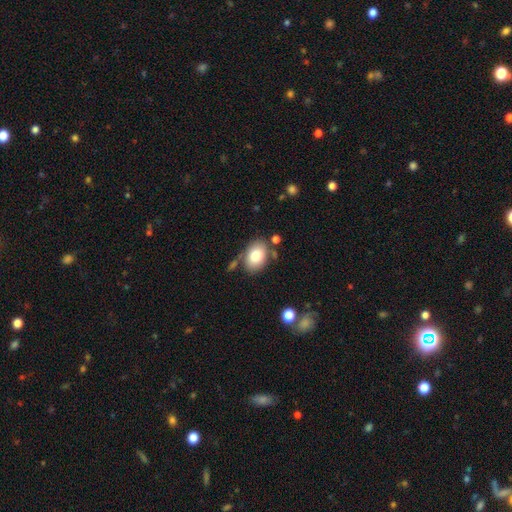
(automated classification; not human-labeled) A smooth galaxy with no disk features (79%) that is in between round and cigar-shaped (79%).

Vote fractions:
- Smooth or featured? smooth: 79% / featured or disk: 13% / star or artifact: 8%
- How rounded? in between: 79% / round: 20% / cigar-shaped: 1%
- Merging? none: 74% / minor disturbance: 14% / merger: 8% / major disturbance: 4%